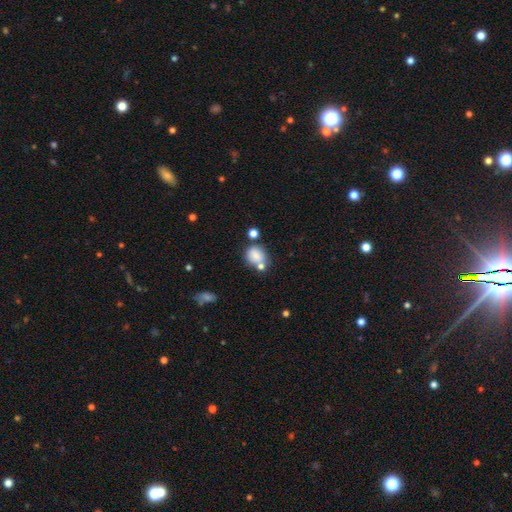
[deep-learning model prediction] Smooth or featured? smooth (81%)
How rounded? round (58%)
Merging? none (50%)